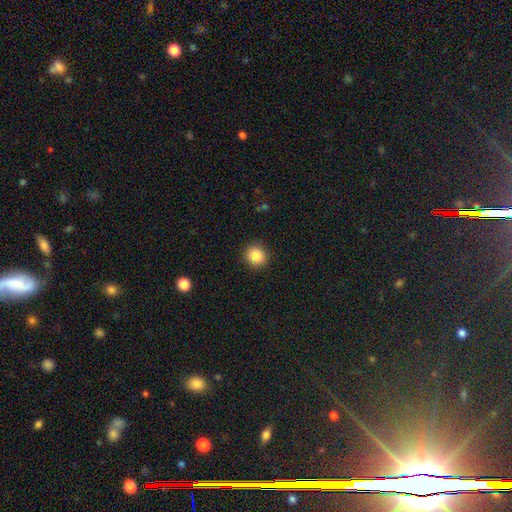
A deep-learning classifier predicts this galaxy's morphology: type=smooth (86%); roundness=round (88%); merging=none (91%).